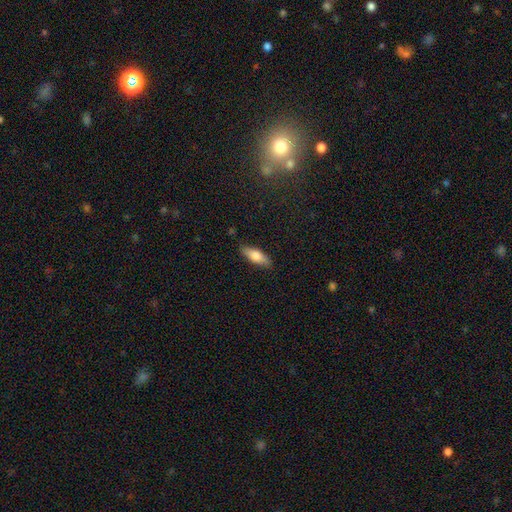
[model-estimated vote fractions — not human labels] smooth-or-featured: smooth: 72% | featured or disk: 22% | star or artifact: 6%
  how-rounded: in between: 61% | cigar-shaped: 37% | round: 2%
  merging: none: 84% | minor disturbance: 13% | major disturbance: 2% | merger: 1%